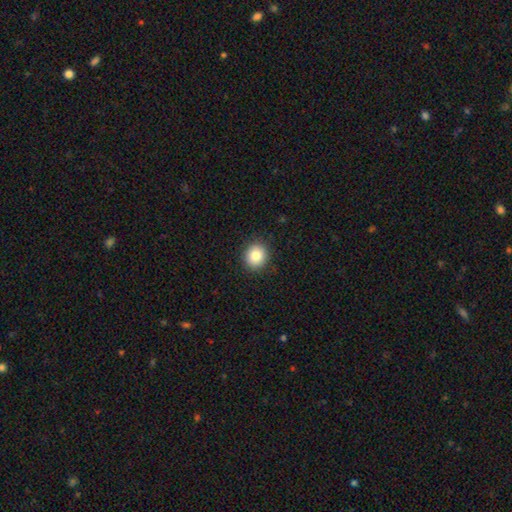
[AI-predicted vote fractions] smooth-or-featured: smooth: 84% | star or artifact: 10% | featured or disk: 7%
  how-rounded: round: 81% | in between: 18% | cigar-shaped: 1%
  merging: none: 91% | minor disturbance: 6% | major disturbance: 2% | merger: 1%